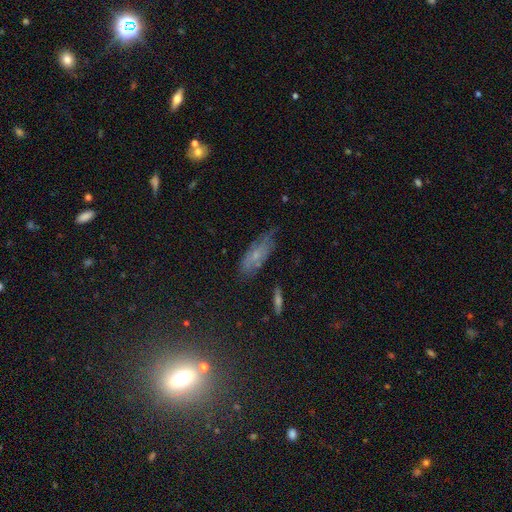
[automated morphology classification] type=smooth (47%); merging=none (61%).